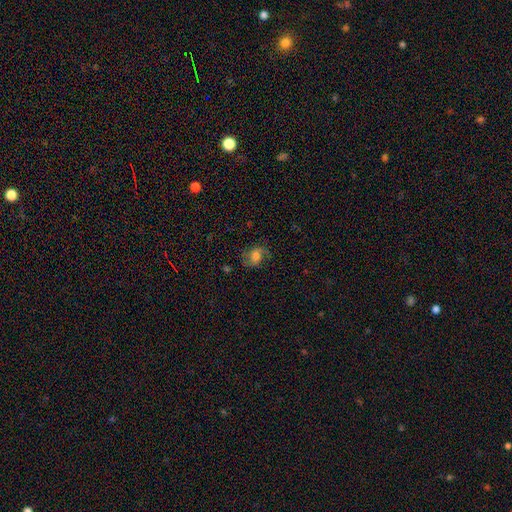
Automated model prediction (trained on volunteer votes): Smooth or featured? Predicted: smooth (p=0.49). Merging? Predicted: none (p=0.65).